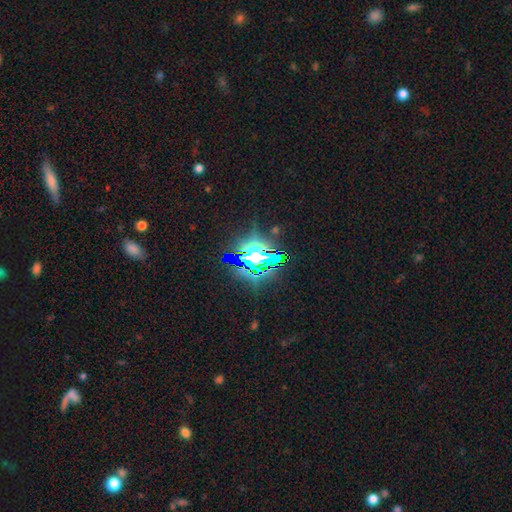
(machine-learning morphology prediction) star or artifact 81%, smooth 10%, featured or disk 9%.